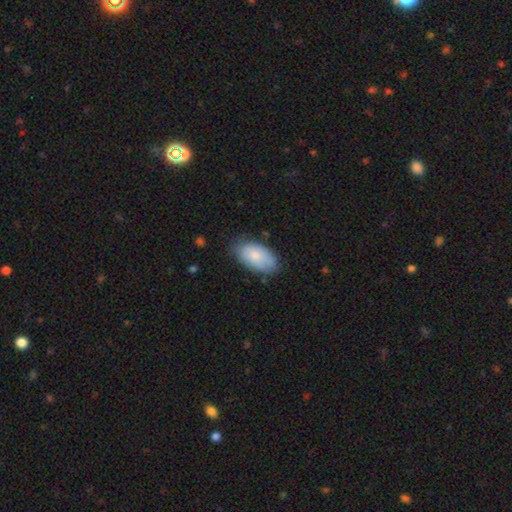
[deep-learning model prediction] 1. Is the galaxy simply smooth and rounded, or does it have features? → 78% smooth, 16% featured or disk, 6% star or artifact.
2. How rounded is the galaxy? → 95% in between, 3% round, 2% cigar-shaped.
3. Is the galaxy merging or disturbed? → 74% none, 21% minor disturbance, 4% major disturbance, 1% merger.